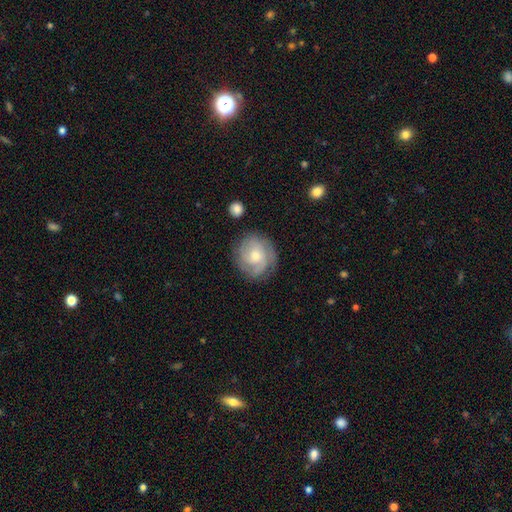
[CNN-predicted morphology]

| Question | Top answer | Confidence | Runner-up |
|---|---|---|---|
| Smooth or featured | featured or disk | 68% | smooth (26%) |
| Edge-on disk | no | 98% | yes (2%) |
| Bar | no | 72% | weak (25%) |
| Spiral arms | yes | 92% | no (8%) |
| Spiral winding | tight | 59% | medium (32%) |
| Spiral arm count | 3 | 34% | can't tell (28%) |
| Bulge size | moderate | 53% | small (40%) |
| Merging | none | 77% | minor disturbance (16%) |